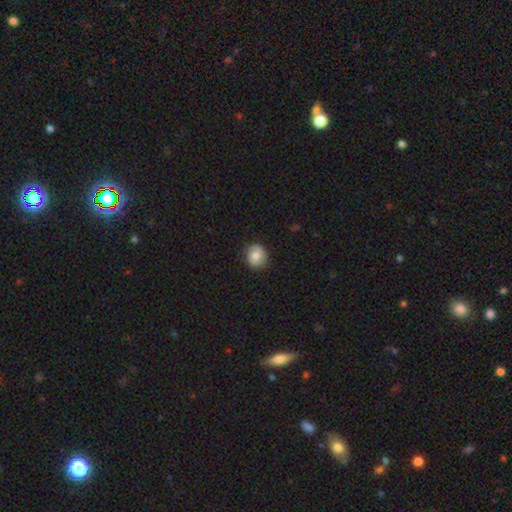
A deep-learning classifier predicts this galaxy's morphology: type=smooth (77%); roundness=round (76%); merging=none (84%).